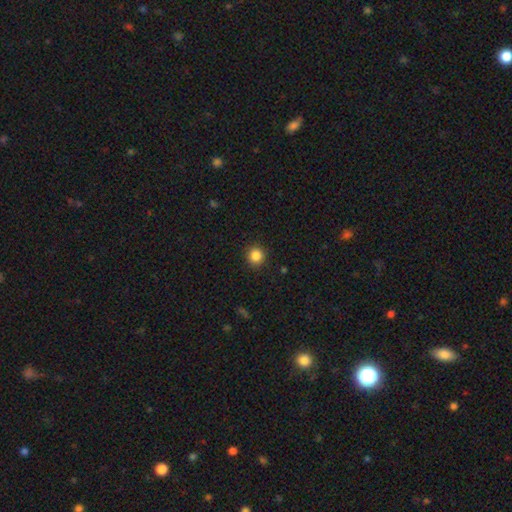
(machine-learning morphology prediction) Smooth or featured? Predicted: smooth (p=0.85). How rounded? Predicted: round (p=0.93). Merging? Predicted: none (p=0.91).